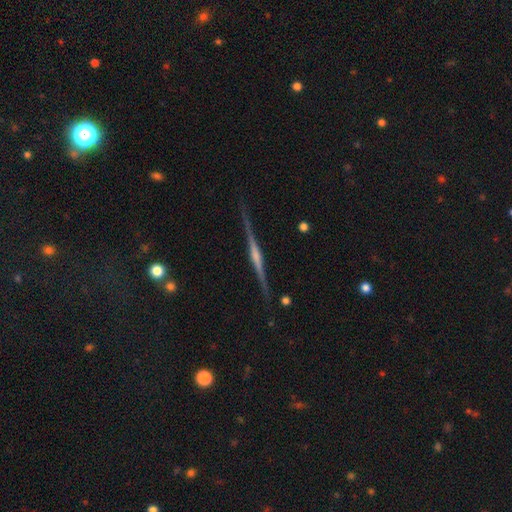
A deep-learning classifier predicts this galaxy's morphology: Q: Smooth or featured?
A: featured or disk (83%); runner-up: smooth (10%)
Q: Edge-on disk?
A: yes (98%); runner-up: no (2%)
Q: Edge-on bulge?
A: rounded (70%); runner-up: none (16%)
Q: Merging?
A: none (89%); runner-up: minor disturbance (8%)